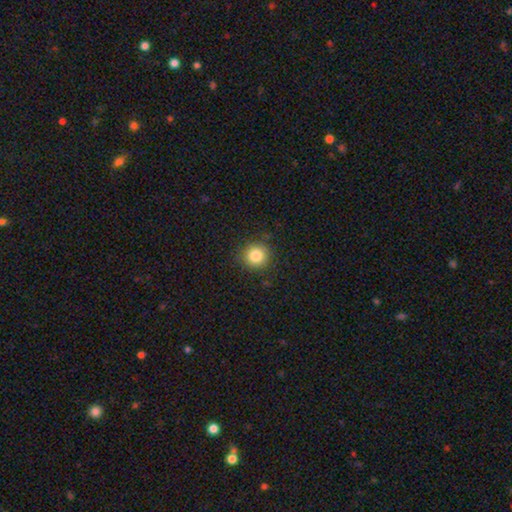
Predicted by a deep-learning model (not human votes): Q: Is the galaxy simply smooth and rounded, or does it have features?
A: smooth — 83%.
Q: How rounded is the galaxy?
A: round — 93%.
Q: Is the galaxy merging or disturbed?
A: none — 89%.